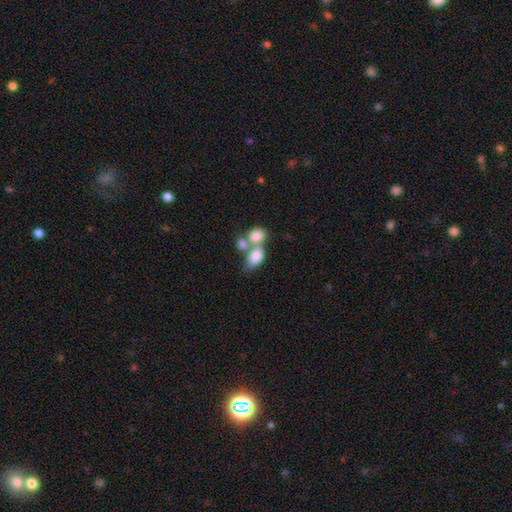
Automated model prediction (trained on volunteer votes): smooth-or-featured: smooth: 76% | featured or disk: 16% | star or artifact: 8%
  how-rounded: in between: 78% | round: 19% | cigar-shaped: 2%
  merging: merger: 64% | none: 22% | minor disturbance: 8% | major disturbance: 6%